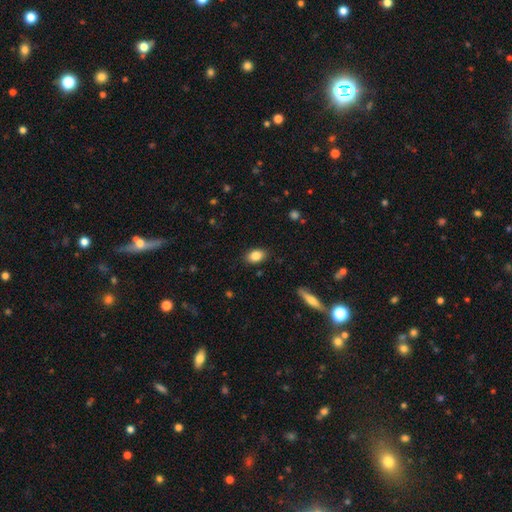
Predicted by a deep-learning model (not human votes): Q: Smooth or featured?
A: smooth (86%); runner-up: star or artifact (8%)
Q: How rounded?
A: in between (84%); runner-up: round (15%)
Q: Merging?
A: none (86%); runner-up: minor disturbance (10%)